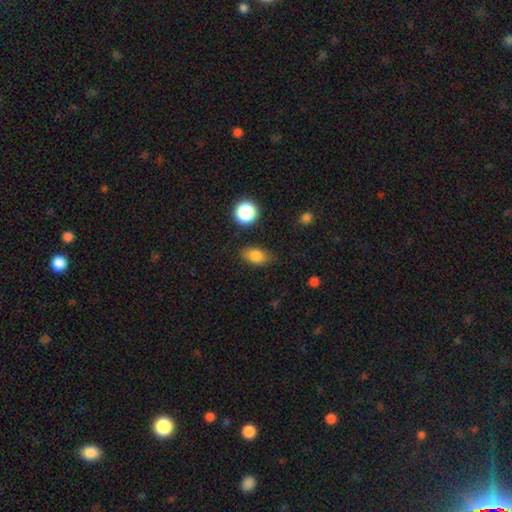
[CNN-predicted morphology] smooth 81%, star or artifact 11%, featured or disk 8%. Down the decision tree: how rounded — in between (82%); merging — none (79%).